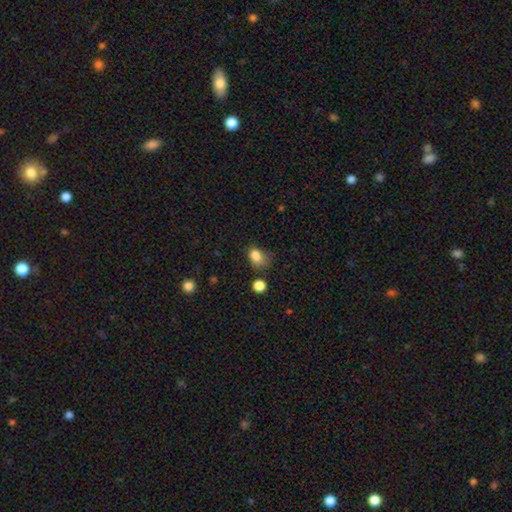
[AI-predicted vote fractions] Overall: smooth (82%). How rounded: in between (70%). Merging: none (40%; minor disturbance 34%).